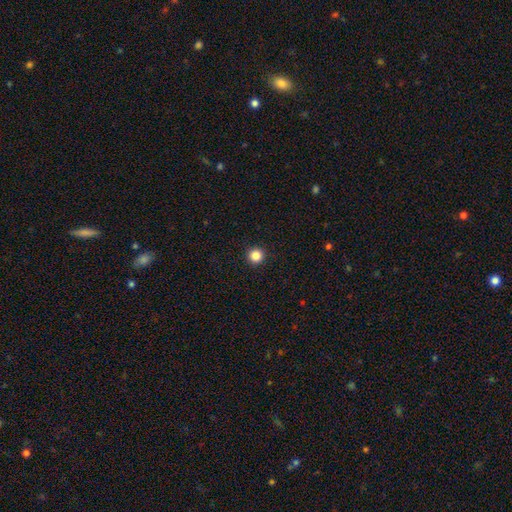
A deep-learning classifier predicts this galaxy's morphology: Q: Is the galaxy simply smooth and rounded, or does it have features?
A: smooth — 86%.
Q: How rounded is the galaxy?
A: round — 96%.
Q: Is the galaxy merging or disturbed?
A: none — 94%.